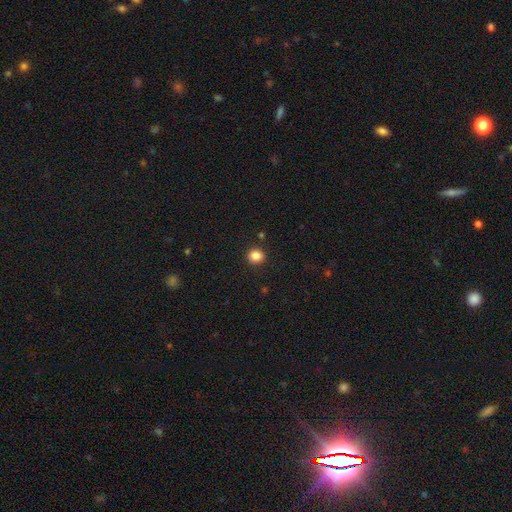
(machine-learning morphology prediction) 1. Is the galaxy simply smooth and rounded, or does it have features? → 85% smooth, 11% star or artifact, 4% featured or disk.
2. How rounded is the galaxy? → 87% round, 12% in between, 1% cigar-shaped.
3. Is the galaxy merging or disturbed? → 91% none, 6% minor disturbance, 2% major disturbance, 1% merger.